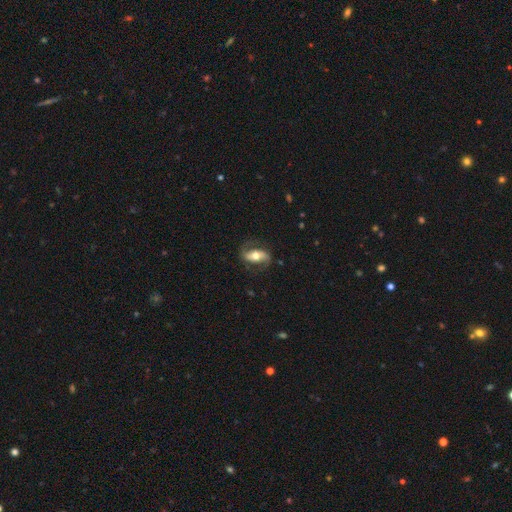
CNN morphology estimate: Q: Smooth or featured?
A: featured or disk (74%); runner-up: smooth (20%)
Q: Edge-on disk?
A: no (92%); runner-up: yes (8%)
Q: Bar?
A: strong (40%); runner-up: no (31%)
Q: Spiral arms?
A: yes (90%); runner-up: no (10%)
Q: Spiral winding?
A: loose (46%); runner-up: medium (40%)
Q: Spiral arm count?
A: 2 (90%); runner-up: can't tell (4%)
Q: Bulge size?
A: moderate (67%); runner-up: large (16%)
Q: Merging?
A: none (73%); runner-up: minor disturbance (16%)